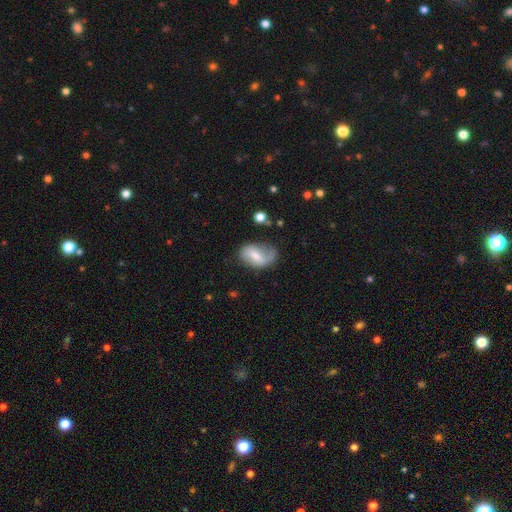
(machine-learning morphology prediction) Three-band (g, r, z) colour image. It shows a featured or disk galaxy (50%). Merging: none (52%).